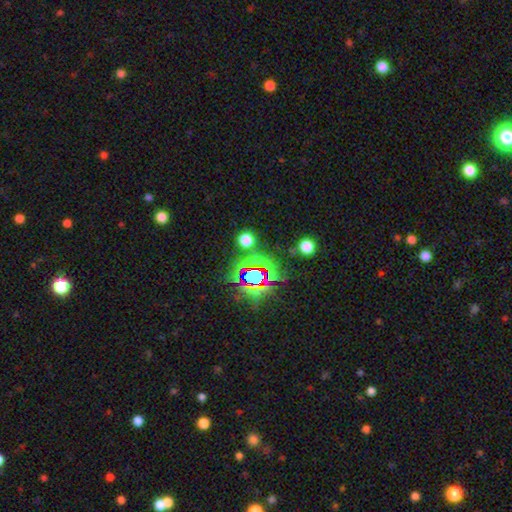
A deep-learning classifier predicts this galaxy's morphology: Q: Smooth or featured?
A: star or artifact (80%); runner-up: smooth (12%)